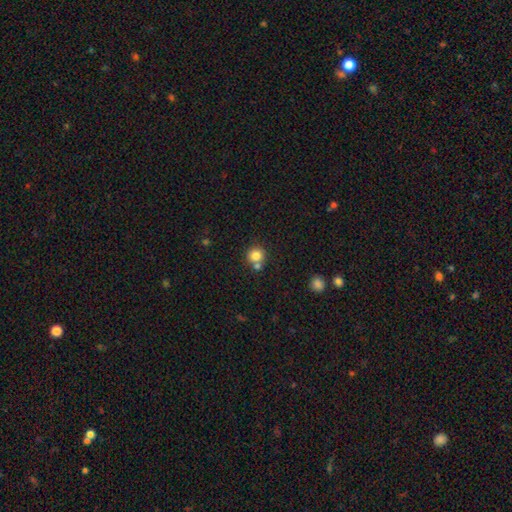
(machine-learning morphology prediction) smooth 81%, star or artifact 11%, featured or disk 8%. Down the decision tree: how rounded — round (91%); merging — none (62%).